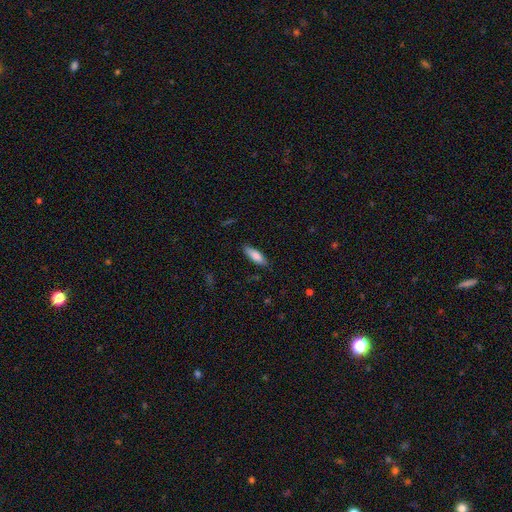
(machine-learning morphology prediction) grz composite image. It shows a smooth galaxy with no disk features (82%) that is in between round and cigar-shaped (58%). Merging: none (85%).